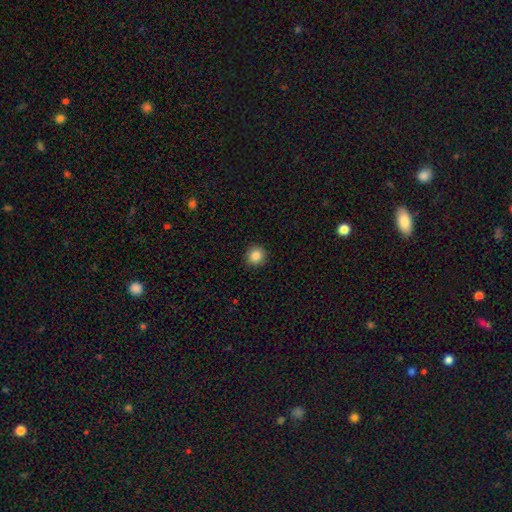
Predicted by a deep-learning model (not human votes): This is clearly a smooth galaxy (86%). How rounded: clearly round (92%). Merging: clearly none (91%).